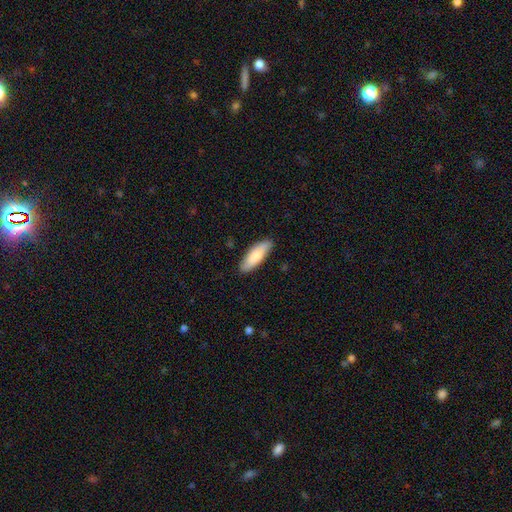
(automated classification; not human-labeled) Smooth or featured? smooth (78%)
How rounded? in between (60%)
Merging? none (88%)